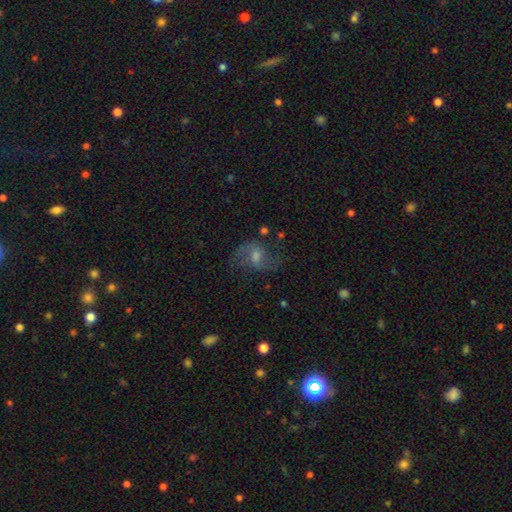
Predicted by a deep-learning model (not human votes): A featured or disk galaxy (72%) with a weak bar (49%), 2 (87%) loose (59%) spiral arms (91%) and a moderate central bulge (48%).

Vote fractions:
- Smooth or featured? featured or disk: 72% / smooth: 16% / star or artifact: 12%
- Edge-on disk? no: 97% / yes: 3%
- Bar? weak: 49% / no: 38% / strong: 12%
- Spiral arms? yes: 91% / no: 9%
- Spiral winding? loose: 59% / medium: 34% / tight: 8%
- Spiral arm count? 2: 87% / can't tell: 5% / 1: 4% / 3: 1% / 4: 1% / more than 4: 1%
- Bulge size? moderate: 48% / small: 38% / none: 7% / large: 5% / dominant: 1%
- Merging? none: 68% / minor disturbance: 17% / major disturbance: 13% / merger: 2%